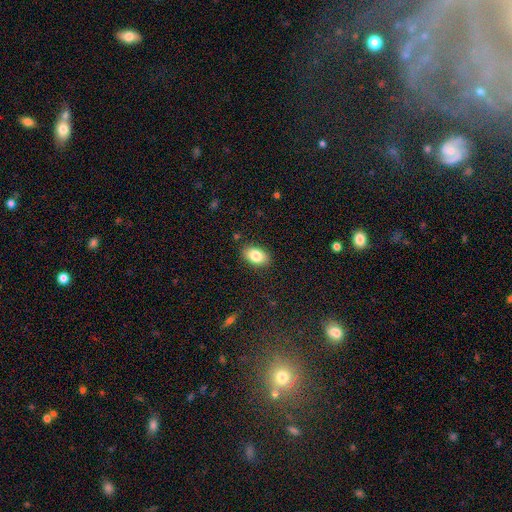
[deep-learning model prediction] A smooth galaxy with no disk features (84%) that is in between round and cigar-shaped (89%). Merging: none (86%).